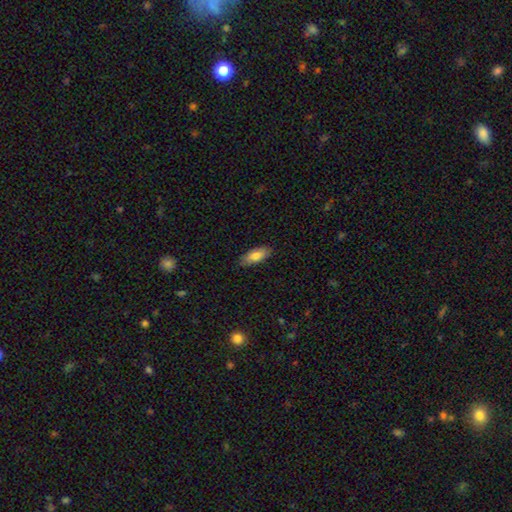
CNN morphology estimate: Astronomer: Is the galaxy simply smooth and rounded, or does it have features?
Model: smooth — 82%.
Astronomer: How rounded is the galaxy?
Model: in between — 81%.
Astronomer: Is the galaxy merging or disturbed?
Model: none — 85%.